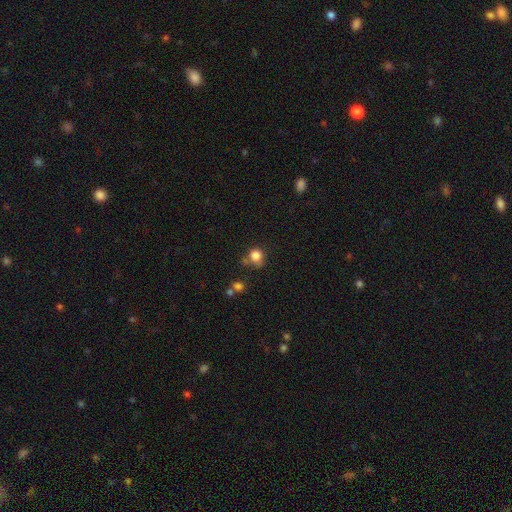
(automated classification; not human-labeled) A smooth galaxy with no disk features (82%) that is round (75%). Merging: none (55%).